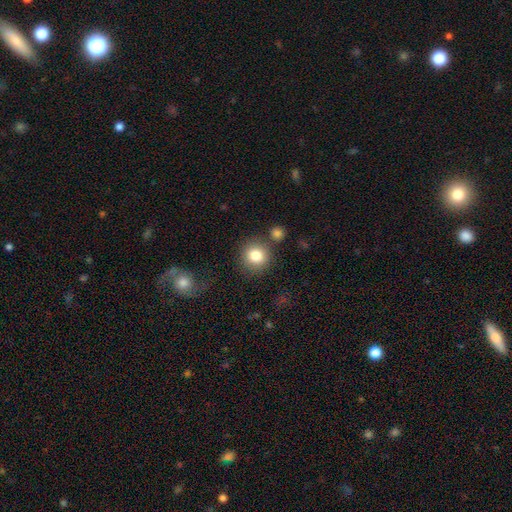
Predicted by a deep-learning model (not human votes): smooth_or_featured: smooth (p=0.83) [alt: star or artifact p=0.10]
how_rounded: round (p=0.90) [alt: in between p=0.09]
merging: none (p=0.78) [alt: minor disturbance p=0.10]